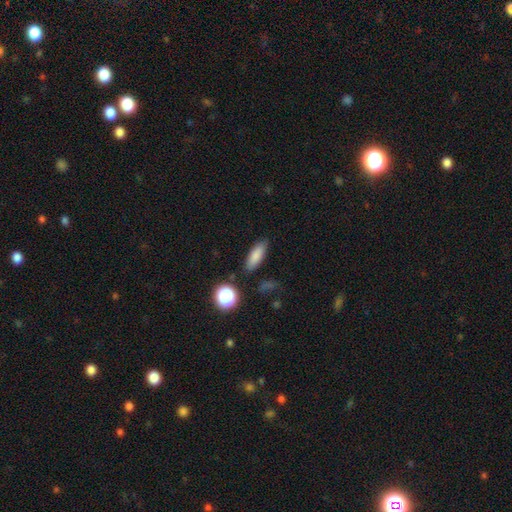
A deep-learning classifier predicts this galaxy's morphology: A smooth galaxy with no disk features (83%) that is in between round and cigar-shaped (61%).

Vote fractions:
- Smooth or featured? smooth: 83% / star or artifact: 10% / featured or disk: 8%
- How rounded? in between: 61% / cigar-shaped: 34% / round: 5%
- Merging? none: 84% / minor disturbance: 10% / major disturbance: 3% / merger: 3%